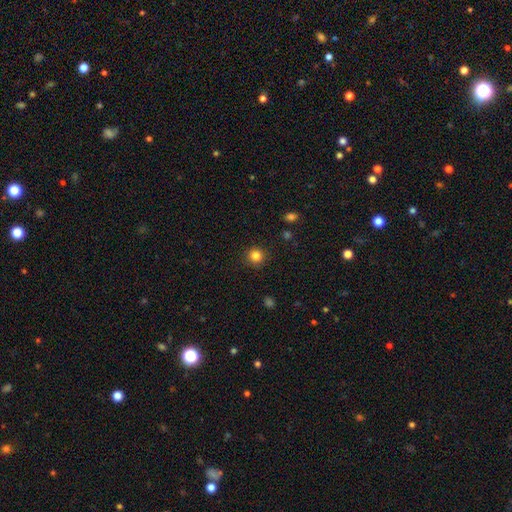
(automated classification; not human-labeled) A smooth galaxy with no disk features (83%) that is round (94%). Merging: none (91%).